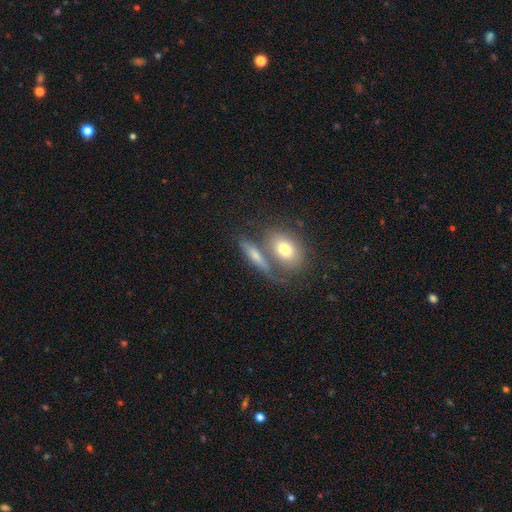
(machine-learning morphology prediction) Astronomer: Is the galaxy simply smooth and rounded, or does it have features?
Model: smooth — 65%.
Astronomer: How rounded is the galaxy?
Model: in between — 47% (runner-up: cigar-shaped, 37%).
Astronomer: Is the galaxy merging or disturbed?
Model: none — 51% (runner-up: merger, 30%).